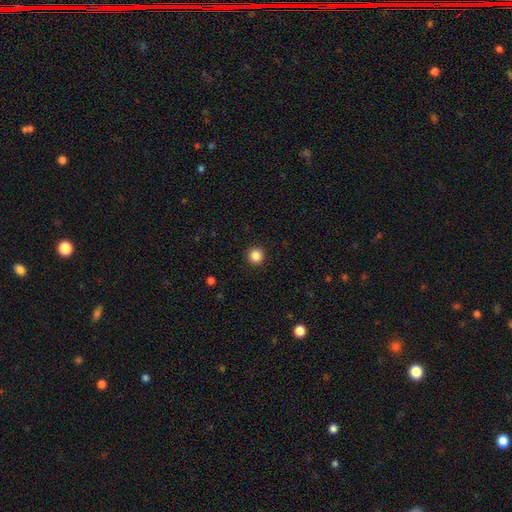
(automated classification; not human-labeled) smooth 86%, star or artifact 10%, featured or disk 3%. Down the decision tree: how rounded — round (94%); merging — none (93%).